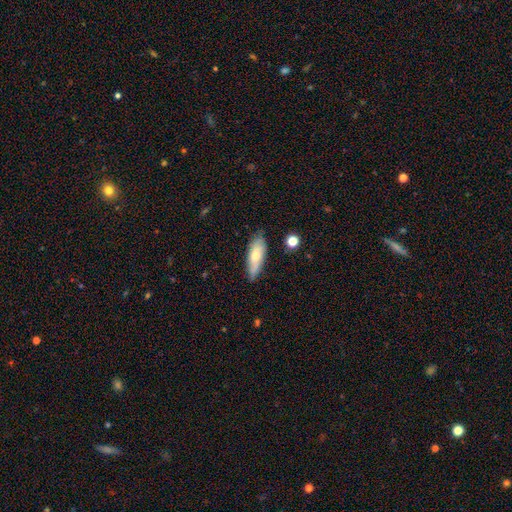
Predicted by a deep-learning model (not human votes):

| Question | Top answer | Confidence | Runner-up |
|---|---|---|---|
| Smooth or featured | smooth | 63% | featured or disk (31%) |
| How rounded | in between | 64% | cigar-shaped (34%) |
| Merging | none | 72% | minor disturbance (22%) |